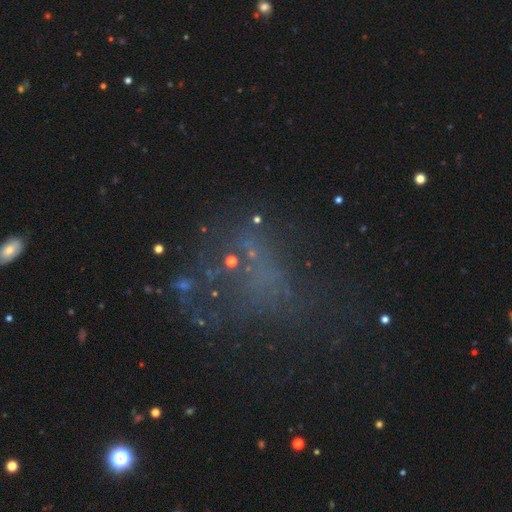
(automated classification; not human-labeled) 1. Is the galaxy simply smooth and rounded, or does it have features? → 41% star or artifact, 33% featured or disk, 26% smooth.